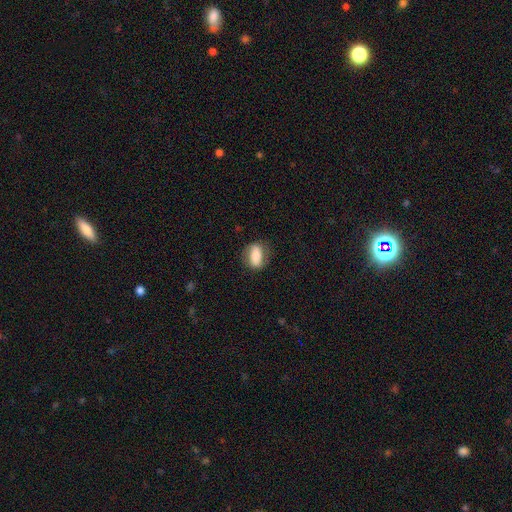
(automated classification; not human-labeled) This appears to be a smooth galaxy with no disk features (70%) that is in between round and cigar-shaped (80%). Merging: none (78%).